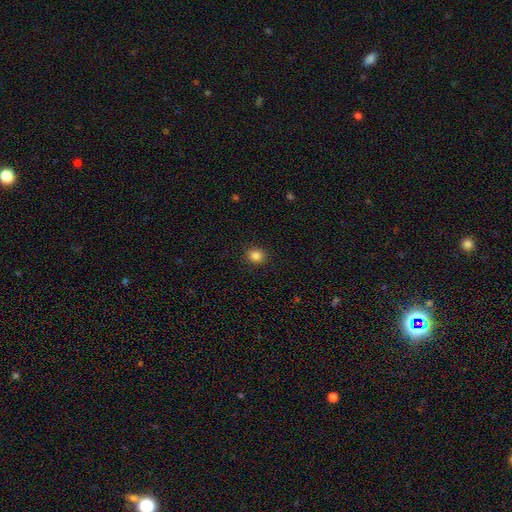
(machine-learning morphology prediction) This is clearly a smooth galaxy (85%). How rounded: likely round (74%). Merging: clearly none (91%).